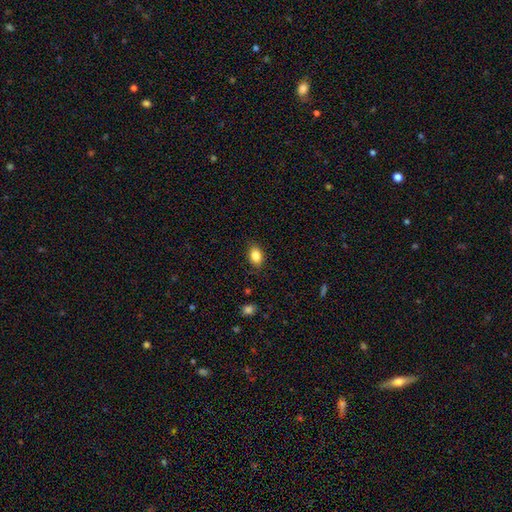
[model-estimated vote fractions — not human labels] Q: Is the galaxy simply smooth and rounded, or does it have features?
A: smooth — 85%.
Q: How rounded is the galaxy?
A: in between — 82%.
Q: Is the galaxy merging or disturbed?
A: none — 86%.